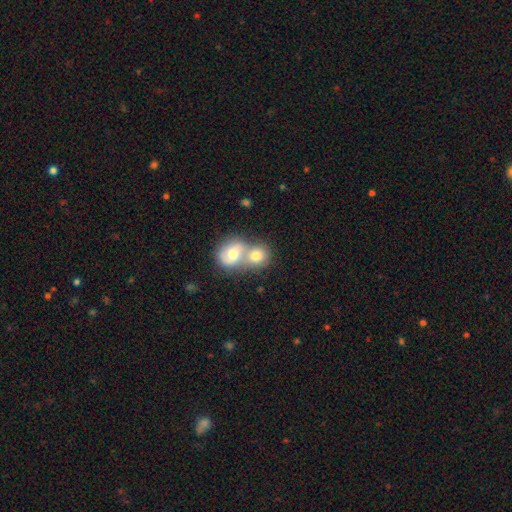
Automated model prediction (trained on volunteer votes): smooth 72%, featured or disk 20%, star or artifact 8%. Down the decision tree: how rounded — round (71%); merging — merger (66%).